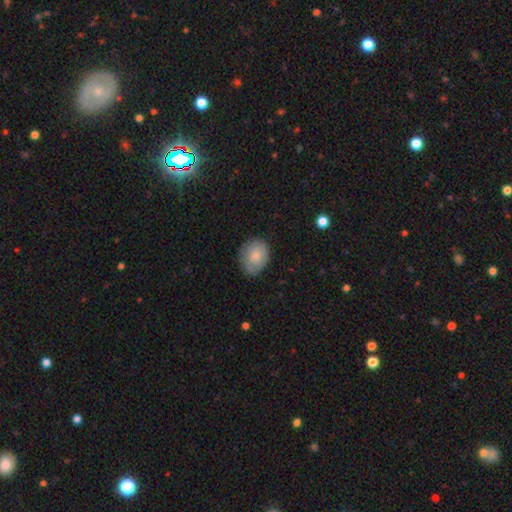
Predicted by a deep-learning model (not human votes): smooth 77%, featured or disk 17%, star or artifact 7%. Down the decision tree: how rounded — in between (52%); merging — none (69%).